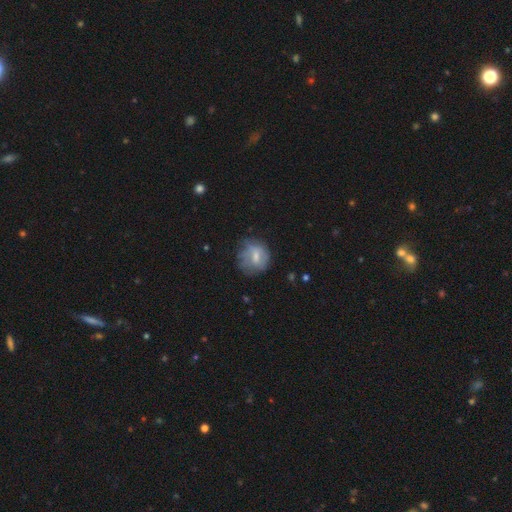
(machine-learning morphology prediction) The model was most divided on "smooth or featured": smooth: 54%, featured or disk: 37%, star or artifact: 9%. More confident: how rounded — round (74%); merging — none (56%).